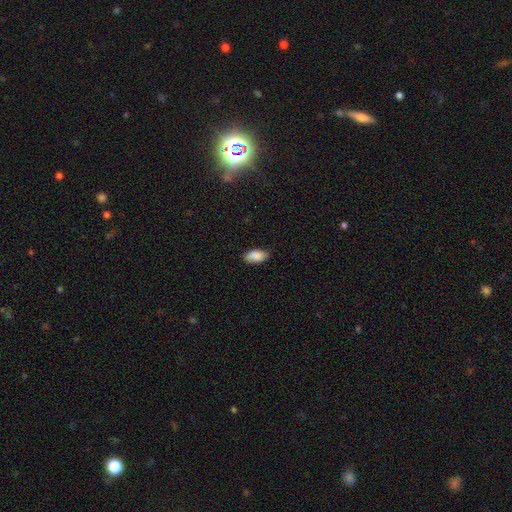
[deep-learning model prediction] Smooth or featured?
  - smooth: 88% *
  - star or artifact: 7%
  - featured or disk: 5%
How rounded?
  - in between: 93% *
  - cigar-shaped: 4%
  - round: 3%
Merging?
  - none: 82% *
  - minor disturbance: 15%
  - major disturbance: 3%
  - merger: 1%